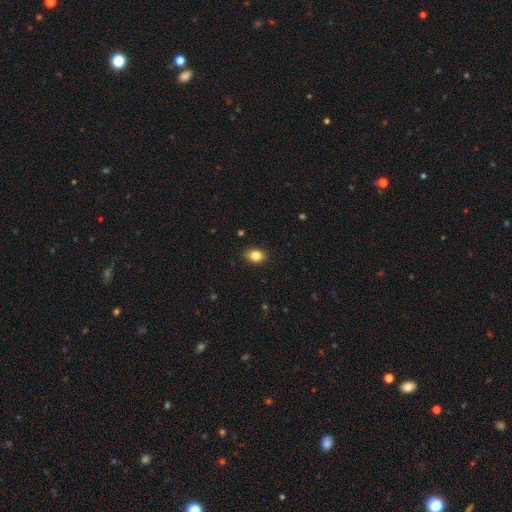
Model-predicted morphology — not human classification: smooth-or-featured: smooth: 84% | star or artifact: 9% | featured or disk: 7%
  how-rounded: in between: 74% | round: 25% | cigar-shaped: 1%
  merging: none: 87% | minor disturbance: 10% | major disturbance: 2% | merger: 1%